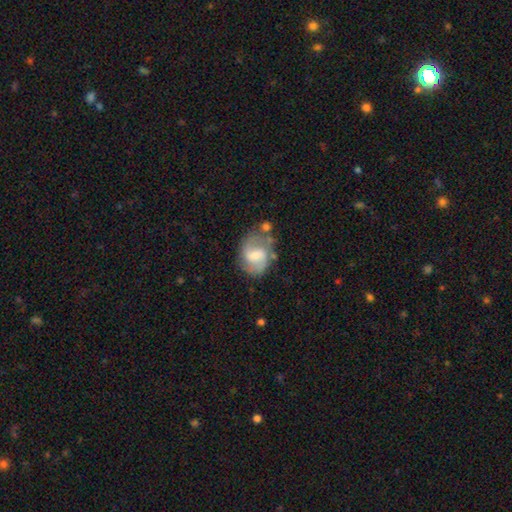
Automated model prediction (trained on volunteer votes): Smooth or featured?
  - featured or disk: 66% *
  - smooth: 27%
  - star or artifact: 7%
Edge-on disk?
  - no: 98% *
  - yes: 2%
Bar?
  - weak: 57% *
  - strong: 22%
  - no: 21%
Spiral arms?
  - yes: 85% *
  - no: 15%
Spiral winding?
  - medium: 50% *
  - loose: 31%
  - tight: 19%
Spiral arm count?
  - 2: 83% *
  - can't tell: 9%
  - 1: 4%
  - 3: 2%
  - 4: 1%
  - more than 4: 1%
Bulge size?
  - moderate: 43% *
  - small: 37%
  - large: 9%
  - none: 9%
  - dominant: 2%
Merging?
  - none: 58% *
  - minor disturbance: 22%
  - major disturbance: 11%
  - merger: 8%